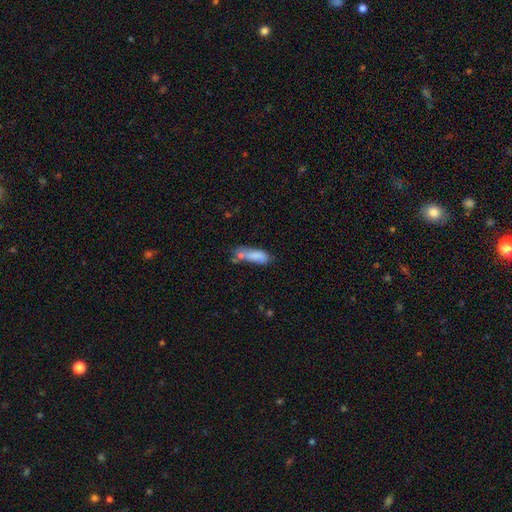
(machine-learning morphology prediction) This is likely a smooth galaxy (78%). How rounded: possibly in between (56%). Merging: marginally none (38%).